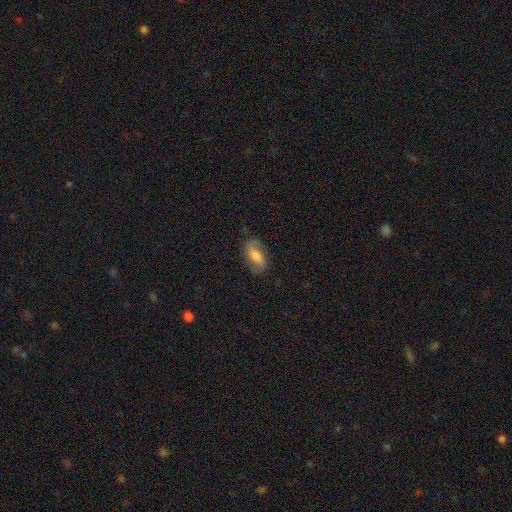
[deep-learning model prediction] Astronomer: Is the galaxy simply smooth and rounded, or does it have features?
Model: smooth — 58% (runner-up: featured or disk, 35%).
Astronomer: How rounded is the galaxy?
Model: in between — 84%.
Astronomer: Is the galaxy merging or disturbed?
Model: none — 74%.